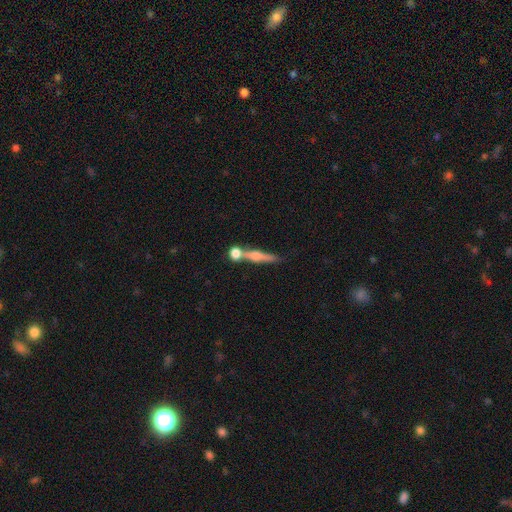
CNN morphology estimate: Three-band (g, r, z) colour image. It shows a featured or disk galaxy (51%) viewed edge-on (89%). Merging: none (56%).